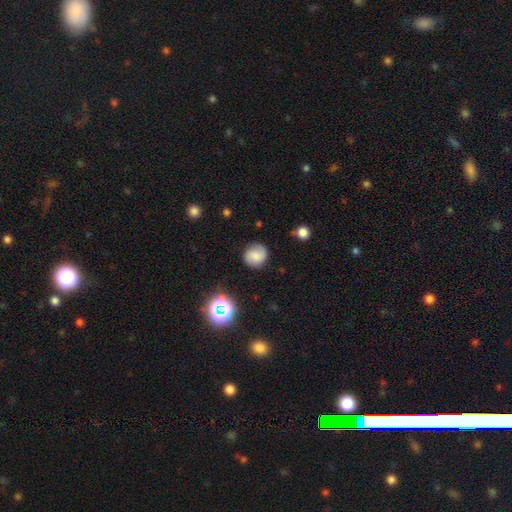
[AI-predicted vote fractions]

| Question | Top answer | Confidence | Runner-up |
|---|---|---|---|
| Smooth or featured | smooth | 63% | featured or disk (25%) |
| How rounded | round | 85% | in between (14%) |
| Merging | none | 82% | minor disturbance (13%) |